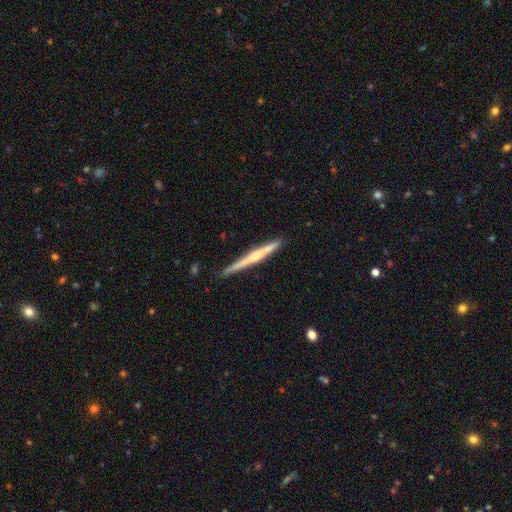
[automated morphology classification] This is likely a featured or disk galaxy (64%). It is clearly viewed edge-on (98%). Edge-on bulge: possibly rounded (55%). Merging: clearly none (88%).